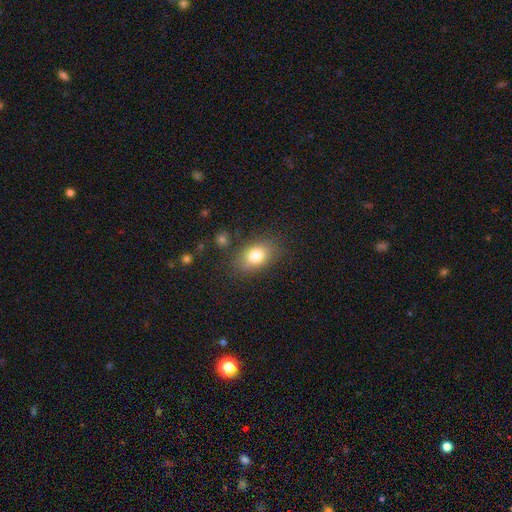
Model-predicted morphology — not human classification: type=smooth (80%); roundness=in between (80%); merging=none (79%).